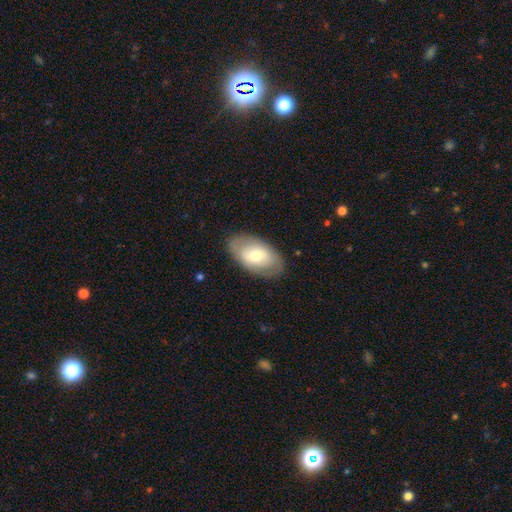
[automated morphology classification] smooth-or-featured: smooth: 57% | featured or disk: 37% | star or artifact: 6%
  how-rounded: in between: 93% | round: 5% | cigar-shaped: 2%
  merging: none: 83% | minor disturbance: 12% | major disturbance: 4% | merger: 1%